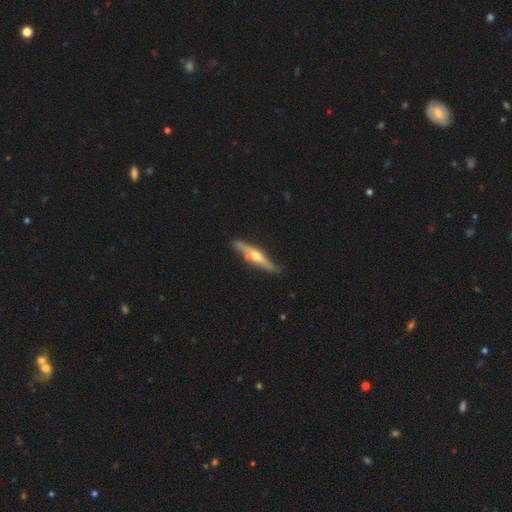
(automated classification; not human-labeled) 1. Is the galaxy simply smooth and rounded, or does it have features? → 72% featured or disk, 23% smooth, 5% star or artifact.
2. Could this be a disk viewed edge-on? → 94% yes, 6% no.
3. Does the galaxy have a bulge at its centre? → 92% rounded, 4% none, 3% boxy.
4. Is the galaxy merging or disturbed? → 82% none, 14% minor disturbance, 2% major disturbance, 2% merger.